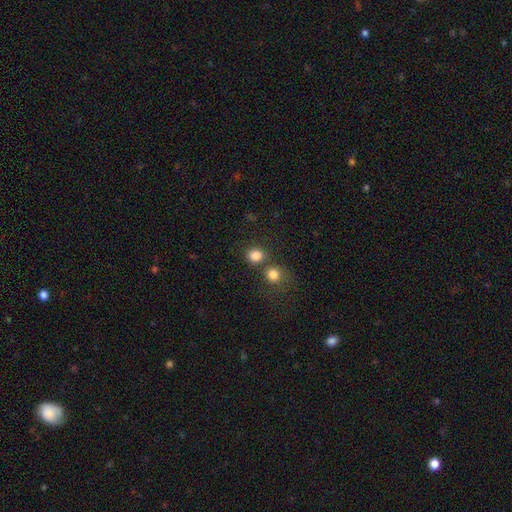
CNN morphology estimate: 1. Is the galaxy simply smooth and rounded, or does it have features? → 83% smooth, 12% star or artifact, 5% featured or disk.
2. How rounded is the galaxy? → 80% round, 19% in between, 1% cigar-shaped.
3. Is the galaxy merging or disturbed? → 61% none, 28% merger, 8% minor disturbance, 4% major disturbance.